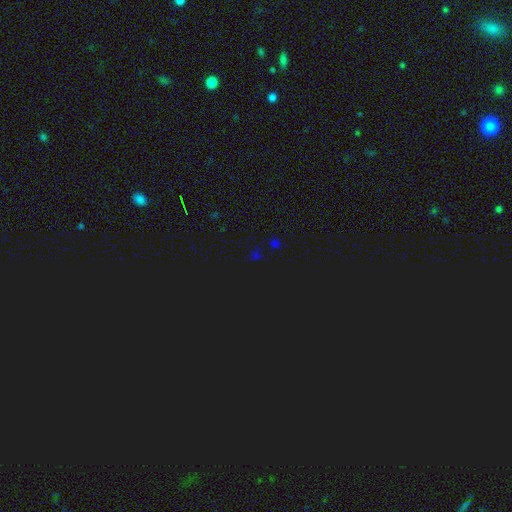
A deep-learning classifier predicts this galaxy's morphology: Smooth or featured? Predicted: star or artifact (p=0.72).